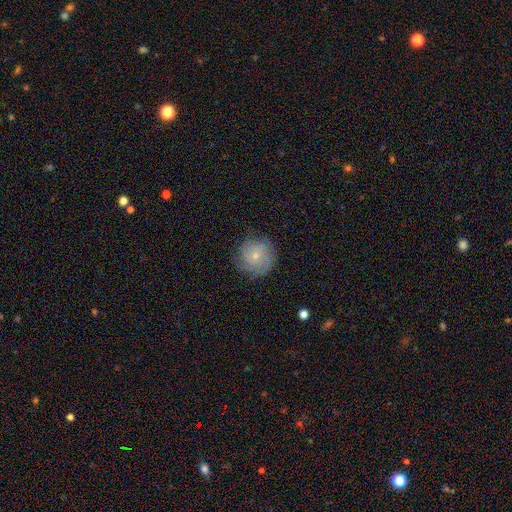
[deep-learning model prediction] Smooth or featured? featured or disk (55%)
Edge-on disk? no (97%)
Bar? no (80%)
Spiral arms? yes (84%)
Bulge size? small (61%)
Merging? none (76%)